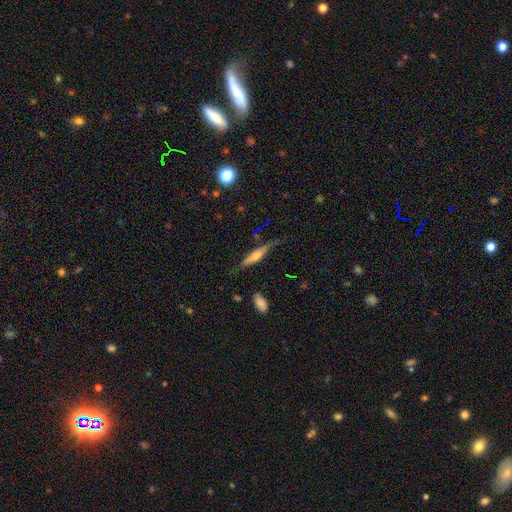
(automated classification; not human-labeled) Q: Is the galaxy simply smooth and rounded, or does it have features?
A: featured or disk — 57%.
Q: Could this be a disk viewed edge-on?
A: yes — 91%.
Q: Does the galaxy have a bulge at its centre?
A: rounded — 71%.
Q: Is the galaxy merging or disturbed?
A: none — 68%.